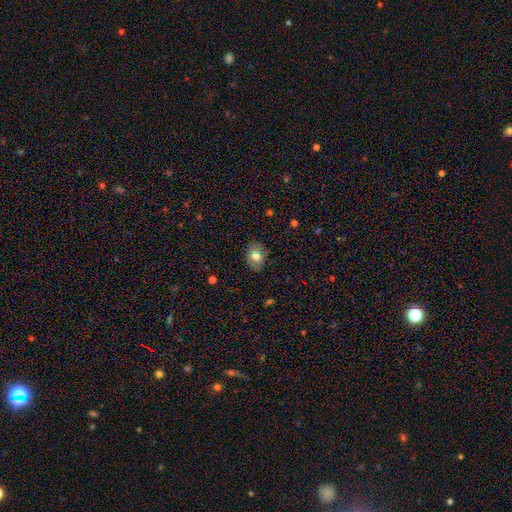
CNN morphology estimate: smooth 68%, featured or disk 22%, star or artifact 10%. Down the decision tree: how rounded — in between (71%); merging — none (83%).